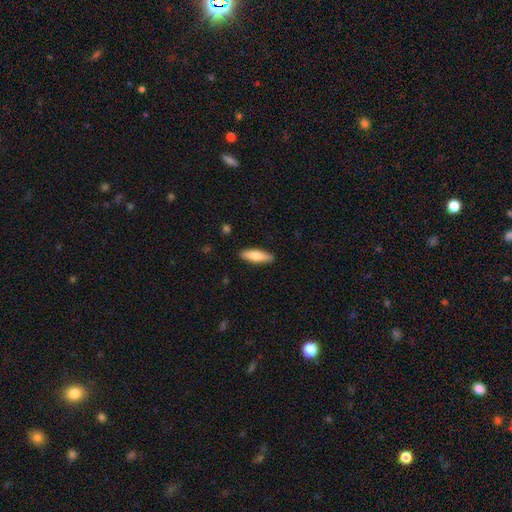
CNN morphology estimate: type=smooth (77%); roundness=cigar-shaped (52%); merging=none (89%).